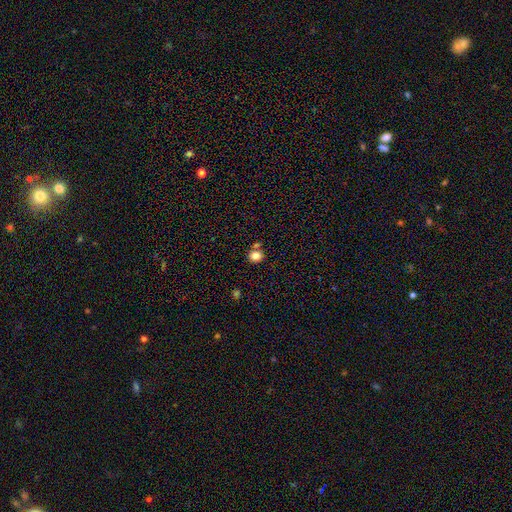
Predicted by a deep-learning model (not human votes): smooth 83%, star or artifact 11%, featured or disk 6%. Down the decision tree: how rounded — round (76%); merging — none (72%).